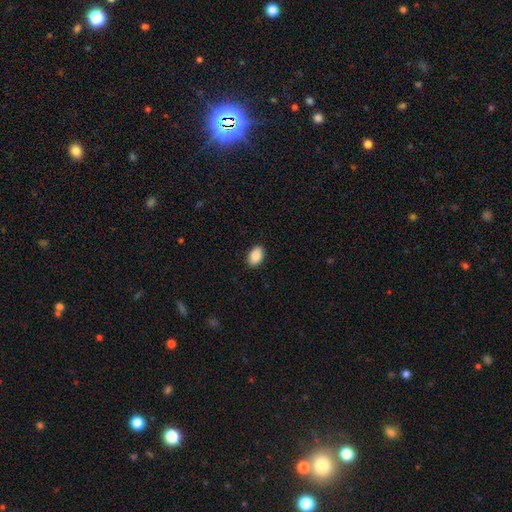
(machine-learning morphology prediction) smooth-or-featured: smooth: 88% | star or artifact: 7% | featured or disk: 5%
  how-rounded: in between: 91% | round: 8% | cigar-shaped: 1%
  merging: none: 90% | minor disturbance: 7% | major disturbance: 2% | merger: 1%